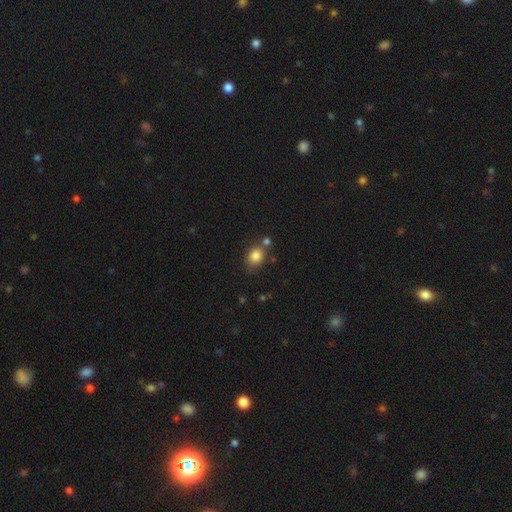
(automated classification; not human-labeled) Smooth or featured? smooth (84%)
How rounded? round (50%)
Merging? none (64%)